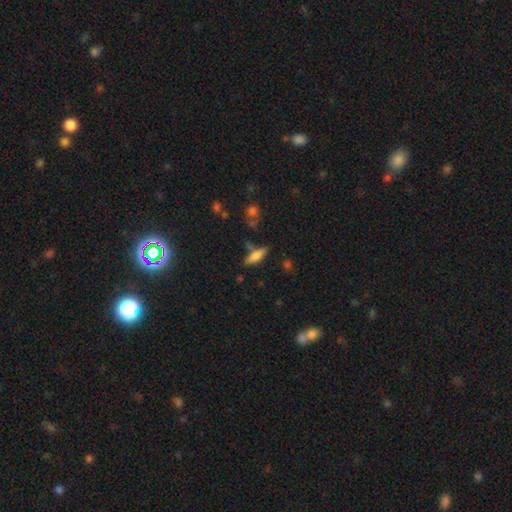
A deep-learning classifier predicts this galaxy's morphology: Smooth or featured?
  - smooth: 66% *
  - featured or disk: 26%
  - star or artifact: 9%
How rounded?
  - in between: 51% *
  - cigar-shaped: 46%
  - round: 3%
Merging?
  - none: 70% *
  - minor disturbance: 17%
  - merger: 7%
  - major disturbance: 6%